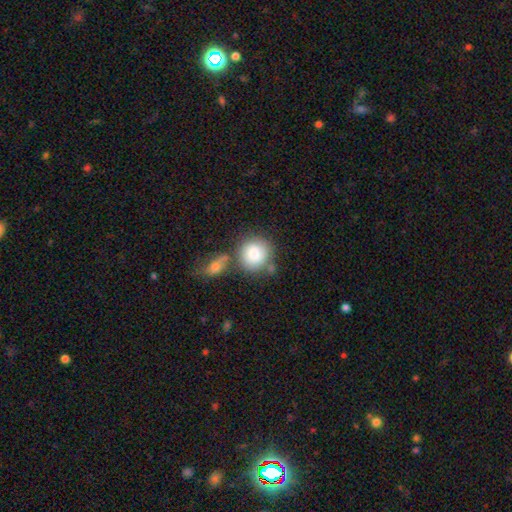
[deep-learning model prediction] smooth 82%, featured or disk 11%, star or artifact 7%. Down the decision tree: how rounded — round (84%); merging — none (56%).